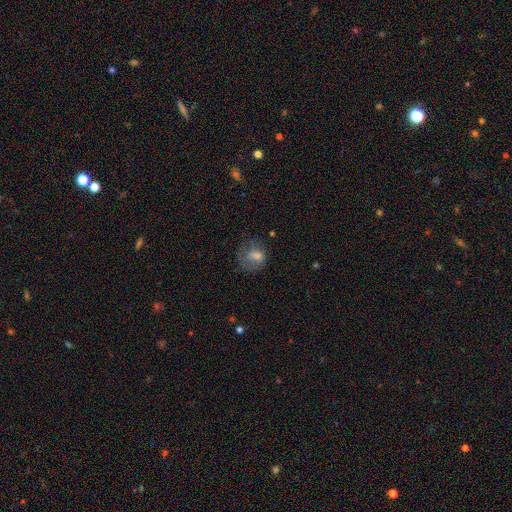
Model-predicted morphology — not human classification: Smooth or featured? Predicted: smooth (p=0.67). How rounded? Predicted: round (p=0.61). Merging? Predicted: none (p=0.42).